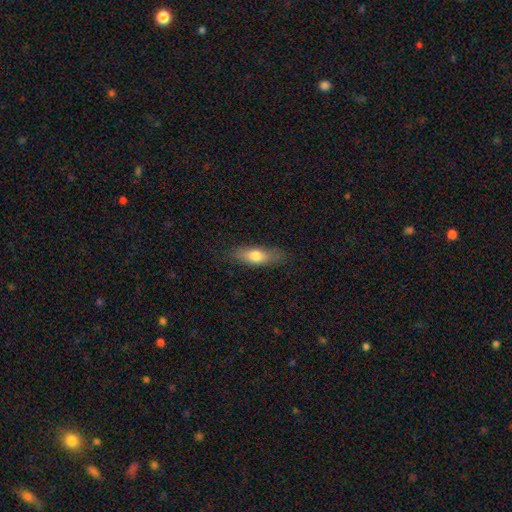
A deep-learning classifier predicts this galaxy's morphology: Smooth or featured? smooth (73%)
How rounded? in between (61%)
Merging? none (78%)